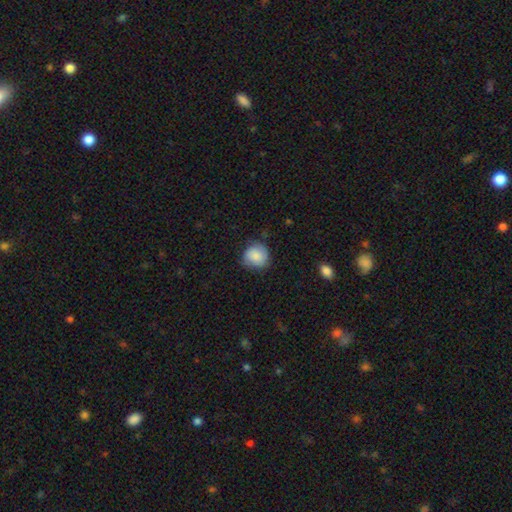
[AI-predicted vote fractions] smooth-or-featured: smooth: 81% | featured or disk: 12% | star or artifact: 7%
  how-rounded: round: 86% | in between: 13% | cigar-shaped: 1%
  merging: none: 72% | minor disturbance: 22% | major disturbance: 5% | merger: 1%